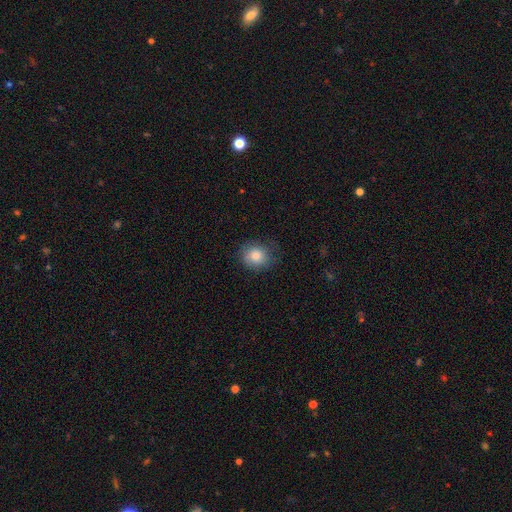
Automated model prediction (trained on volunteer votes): This appears to be a smooth galaxy with no disk features (82%) that is round (79%). Merging: none (72%).